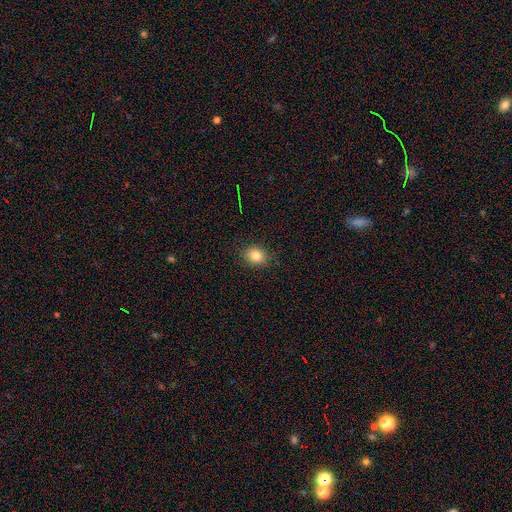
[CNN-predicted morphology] Smooth or featured? smooth (82%)
How rounded? round (63%)
Merging? none (88%)